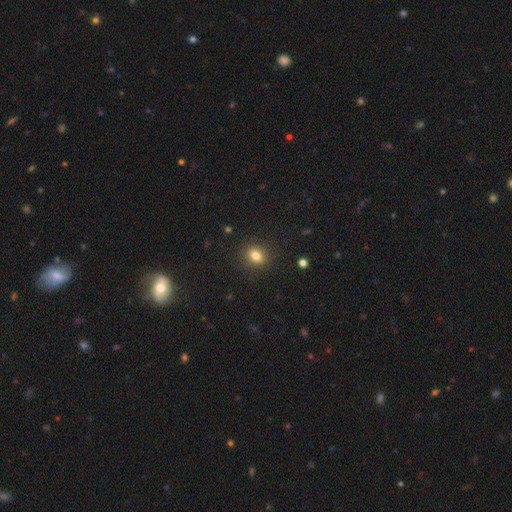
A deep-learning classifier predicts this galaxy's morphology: type=smooth (81%); roundness=round (57%); merging=none (88%).